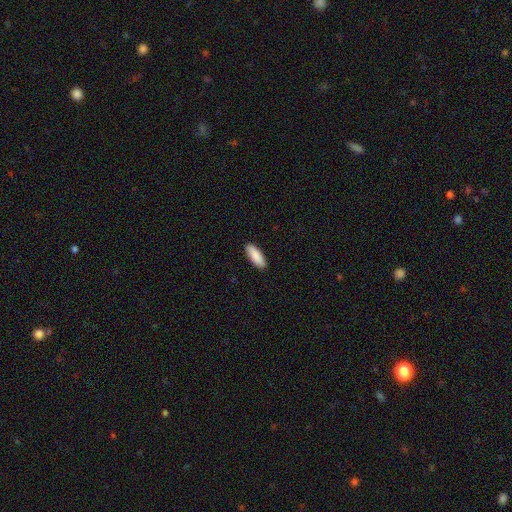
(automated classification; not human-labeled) A smooth galaxy with no disk features (90%) that is in between round and cigar-shaped (68%). Merging: none (91%).